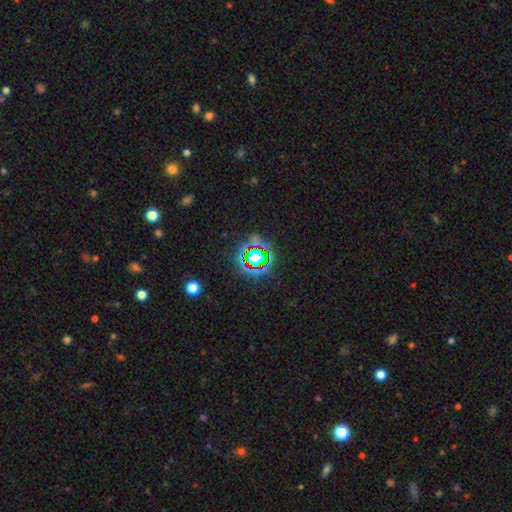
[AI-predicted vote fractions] The model was most divided on "smooth or featured": star or artifact: 76%, smooth: 15%, featured or disk: 9%.